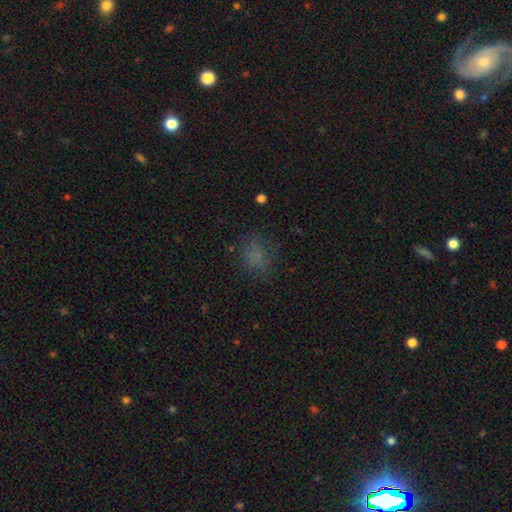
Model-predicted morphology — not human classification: smooth 71%, star or artifact 19%, featured or disk 10%. Down the decision tree: how rounded — in between (58%); merging — none (70%).